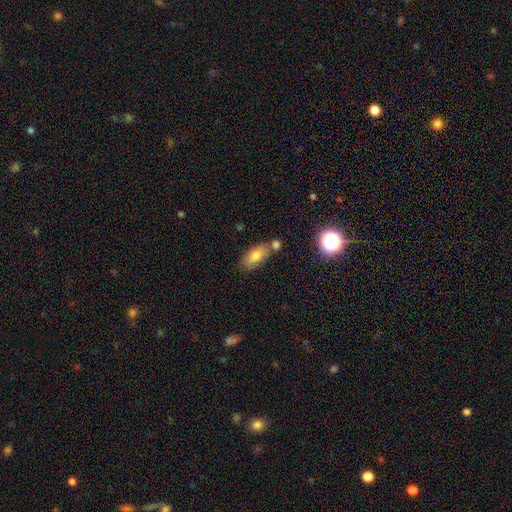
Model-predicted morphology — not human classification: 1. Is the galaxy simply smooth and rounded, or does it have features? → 75% smooth, 15% featured or disk, 10% star or artifact.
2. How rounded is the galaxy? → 86% in between, 9% cigar-shaped, 5% round.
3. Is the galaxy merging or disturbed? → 59% none, 21% merger, 16% minor disturbance, 4% major disturbance.